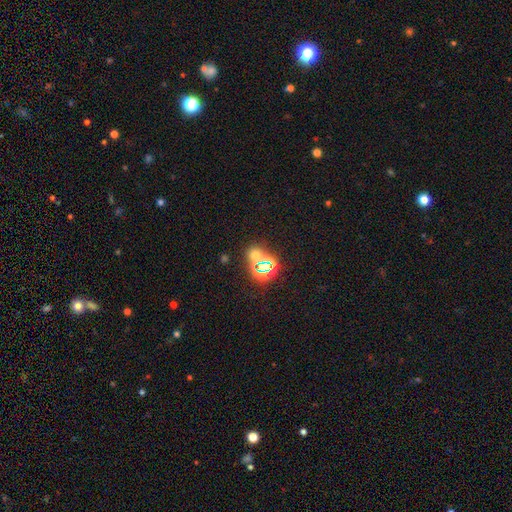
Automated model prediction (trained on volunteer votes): Smooth or featured? star or artifact (52%)